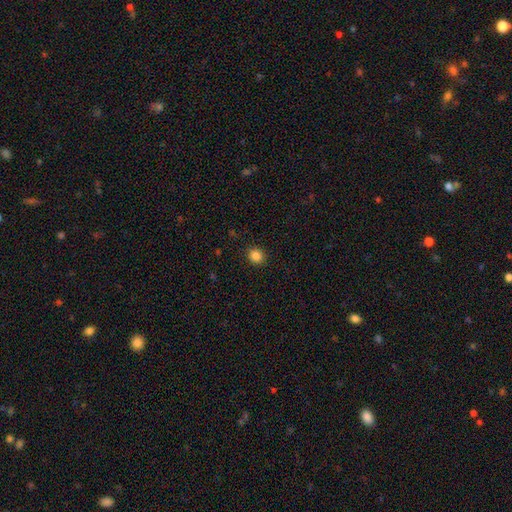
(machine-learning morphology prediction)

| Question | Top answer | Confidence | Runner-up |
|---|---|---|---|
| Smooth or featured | smooth | 86% | star or artifact (11%) |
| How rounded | round | 77% | in between (22%) |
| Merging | none | 91% | minor disturbance (6%) |